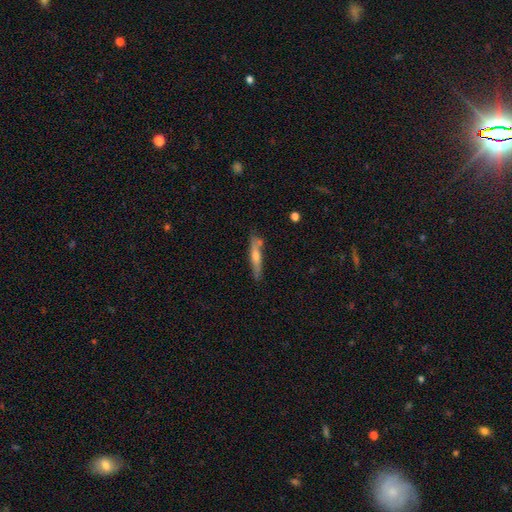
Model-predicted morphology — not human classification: smooth-or-featured: featured or disk: 48% | smooth: 45% | star or artifact: 7%
  merging: none: 75% | minor disturbance: 16% | merger: 6% | major disturbance: 3%